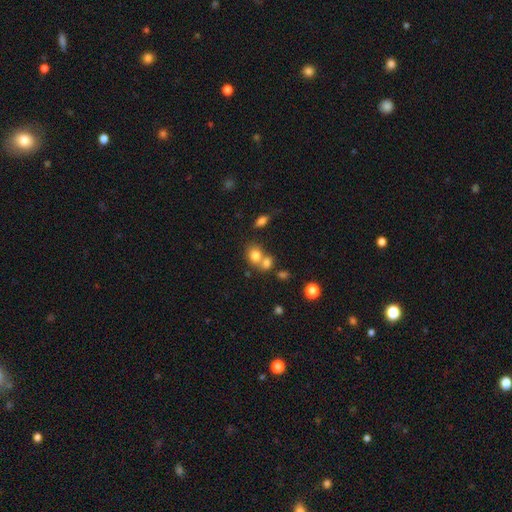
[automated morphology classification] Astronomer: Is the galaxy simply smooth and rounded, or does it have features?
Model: smooth — 77%.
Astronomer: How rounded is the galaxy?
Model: round — 57% (runner-up: in between, 42%).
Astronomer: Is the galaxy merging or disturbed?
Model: merger — 51% (runner-up: none, 38%).